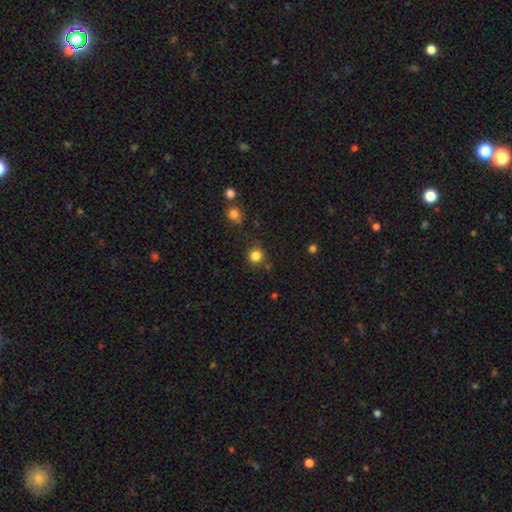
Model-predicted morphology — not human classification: This appears to be a smooth galaxy with no disk features (83%) that is round (92%). Merging: none (83%).